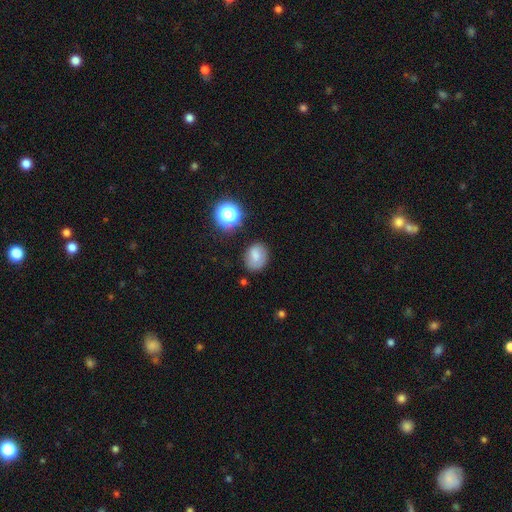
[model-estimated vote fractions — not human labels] Smooth or featured?
  - smooth: 74% *
  - star or artifact: 13%
  - featured or disk: 13%
How rounded?
  - in between: 55% *
  - round: 44%
  - cigar-shaped: 1%
Merging?
  - none: 72% *
  - minor disturbance: 19%
  - major disturbance: 6%
  - merger: 3%